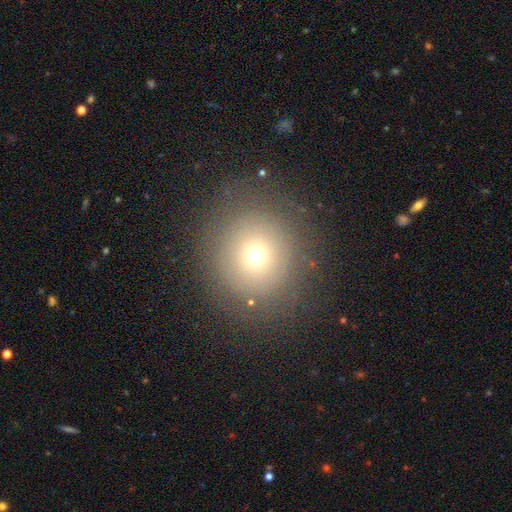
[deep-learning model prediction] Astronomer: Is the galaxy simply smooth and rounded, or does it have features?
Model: smooth — 66%.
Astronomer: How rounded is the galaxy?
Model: round — 93%.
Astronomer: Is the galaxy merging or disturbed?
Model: none — 81%.